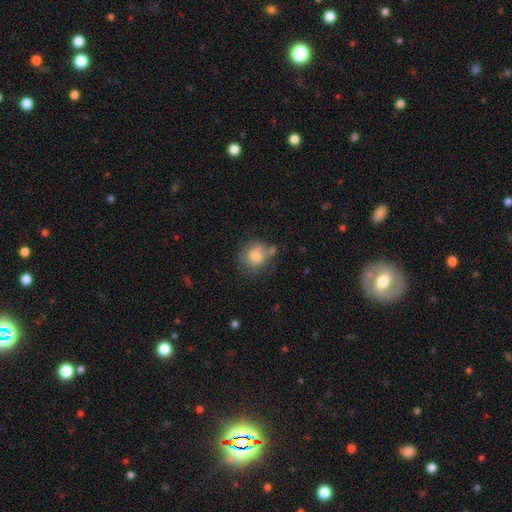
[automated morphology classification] Smooth or featured? smooth (77%)
How rounded? round (80%)
Merging? none (56%)